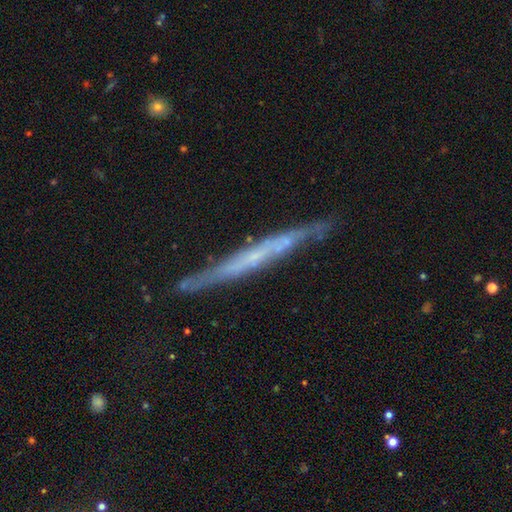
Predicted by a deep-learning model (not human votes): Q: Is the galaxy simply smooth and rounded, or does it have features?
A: featured or disk — 69%.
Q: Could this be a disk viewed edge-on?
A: yes — 90%.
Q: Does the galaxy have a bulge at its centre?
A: none — 79%.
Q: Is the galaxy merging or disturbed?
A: none — 77%.